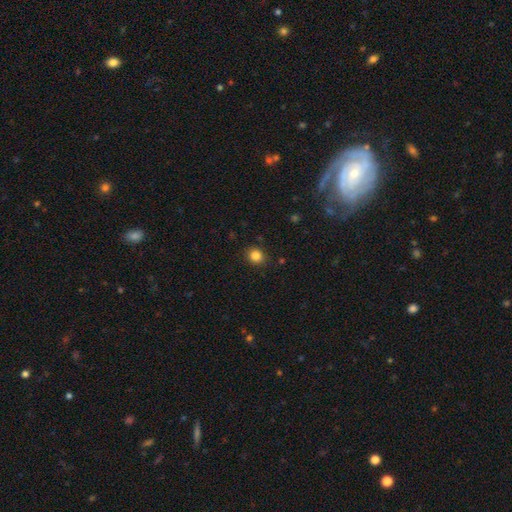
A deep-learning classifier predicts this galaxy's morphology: Smooth or featured? Predicted: smooth (p=0.84). How rounded? Predicted: round (p=0.78). Merging? Predicted: none (p=0.87).